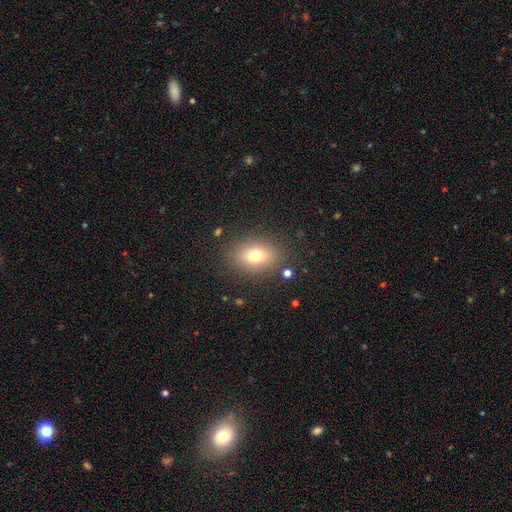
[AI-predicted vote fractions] Overall: smooth (73%). How rounded: in between (70%). Merging: none (83%).